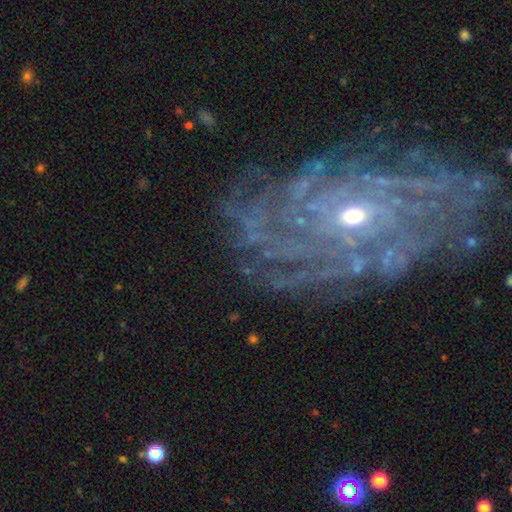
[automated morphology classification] Smooth or featured: featured or disk — 86% (star or artifact — 9%)
Edge-on disk: no — 96% (yes — 4%)
Bar: no — 64% (weak — 26%)
Spiral arms: yes — 95% (no — 5%)
Spiral winding: tight — 75% (medium — 20%)
Spiral arm count: more than 4 — 35% (can't tell — 29%)
Bulge size: small — 61% (moderate — 36%)
Merging: none — 76% (minor disturbance — 14%)